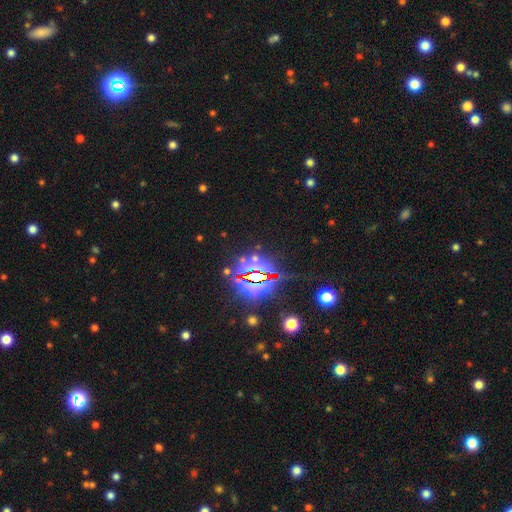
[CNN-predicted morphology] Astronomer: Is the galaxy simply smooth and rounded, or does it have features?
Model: star or artifact — 81%.